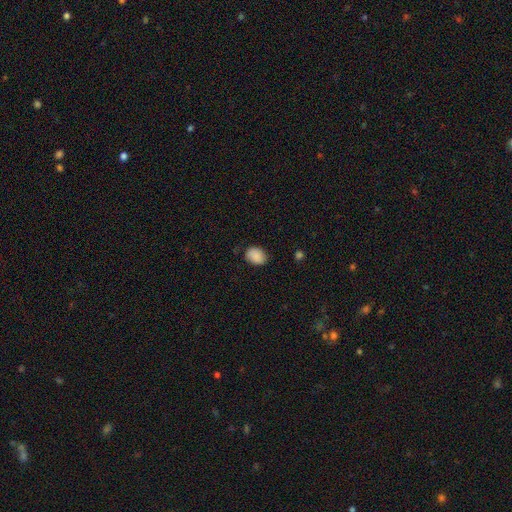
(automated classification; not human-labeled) Overall: smooth (89%). How rounded: in between (64%; round 35%). Merging: none (79%).